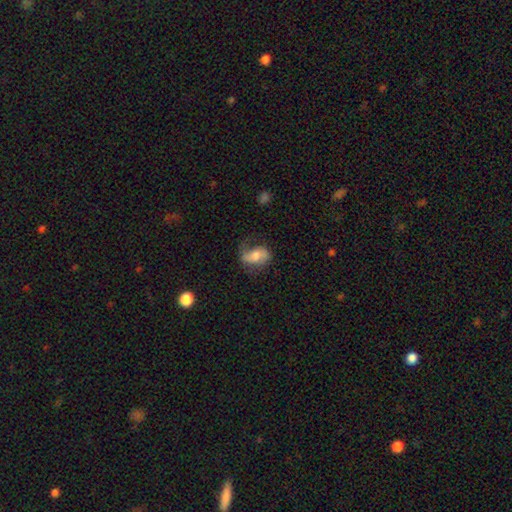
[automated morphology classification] The model was most divided on "smooth or featured": featured or disk: 52%, smooth: 40%, star or artifact: 7%. More confident: edge-on disk — no (95%); merging — none (55%).